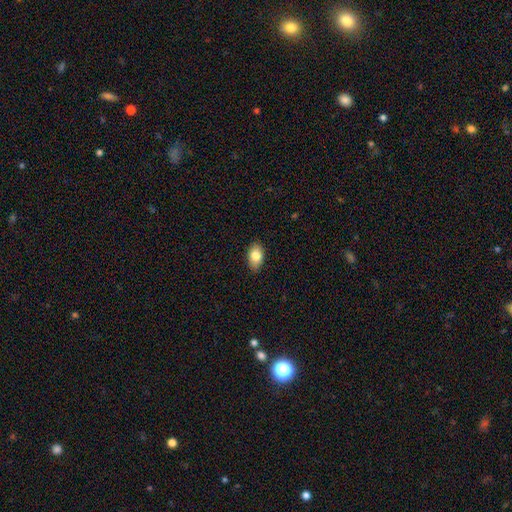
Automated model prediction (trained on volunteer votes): A smooth galaxy with no disk features (82%) that is in between round and cigar-shaped (89%).

Vote fractions:
- Smooth or featured? smooth: 82% / featured or disk: 11% / star or artifact: 7%
- How rounded? in between: 89% / round: 9% / cigar-shaped: 2%
- Merging? none: 86% / minor disturbance: 11% / major disturbance: 2% / merger: 1%